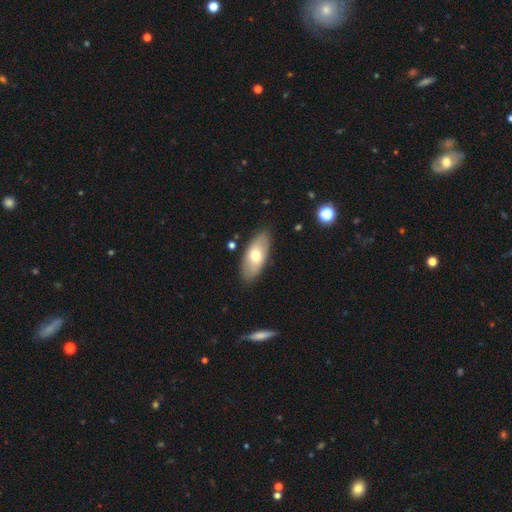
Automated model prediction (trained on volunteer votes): The model was most divided on "smooth or featured": smooth: 64%, featured or disk: 30%, star or artifact: 6%. More confident: how rounded — in between (88%); merging — none (86%).